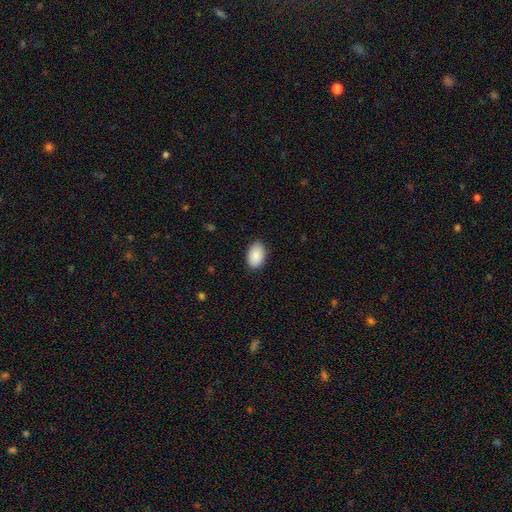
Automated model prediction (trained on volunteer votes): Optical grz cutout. It shows a smooth galaxy with no disk features (91%) that is in between round and cigar-shaped (91%). Merging: none (87%).